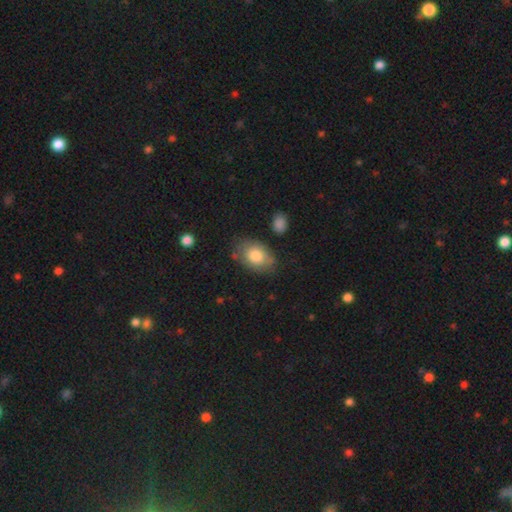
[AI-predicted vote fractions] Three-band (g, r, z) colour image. It shows a smooth galaxy with no disk features (79%) that is in between round and cigar-shaped (83%). Merging: none (70%).